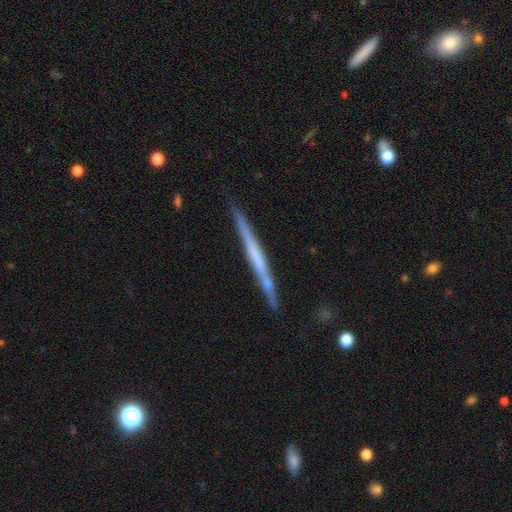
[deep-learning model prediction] Morphology: type=featured or disk (61%); edge-on=yes (97%); edge-on bulge=none (78%); merging=none (85%).